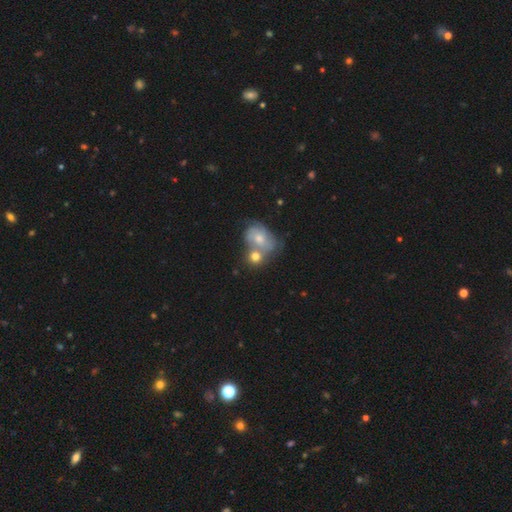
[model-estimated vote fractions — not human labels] Q: Smooth or featured?
A: smooth (55%); runner-up: featured or disk (32%)
Q: How rounded?
A: round (62%); runner-up: in between (36%)
Q: Merging?
A: merger (46%); runner-up: none (36%)